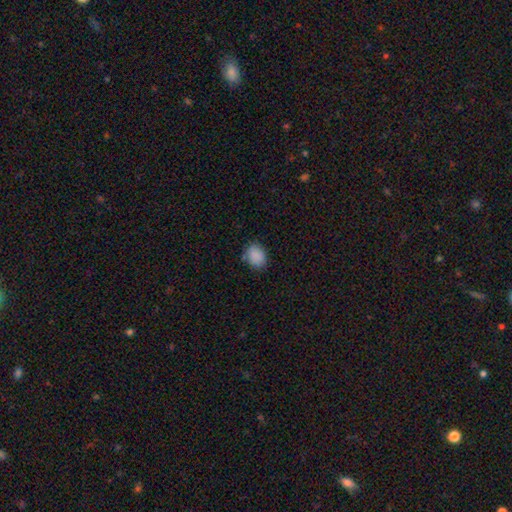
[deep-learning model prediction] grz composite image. It shows a smooth galaxy with no disk features (87%) that is in between round and cigar-shaped (61%). Merging: none (75%).